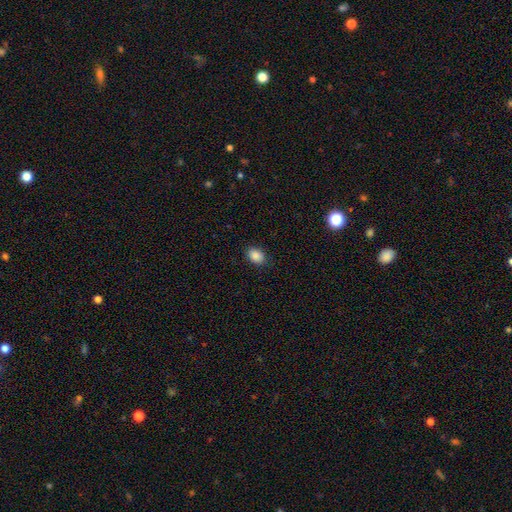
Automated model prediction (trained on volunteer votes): The model was most divided on "how rounded": in between: 76%, round: 23%, cigar-shaped: 1%. More confident: smooth or featured — smooth (88%); merging — none (87%).